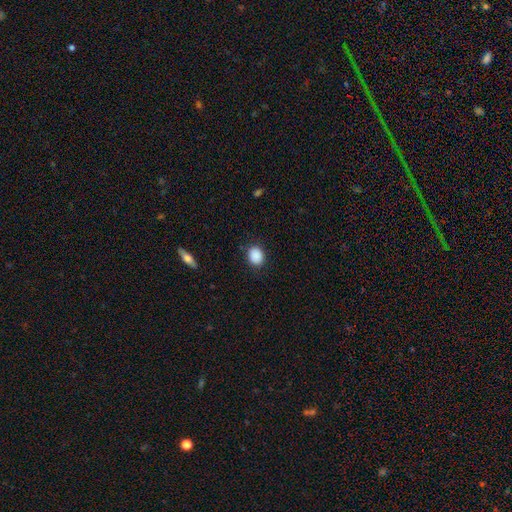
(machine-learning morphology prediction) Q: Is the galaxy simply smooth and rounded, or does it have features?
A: smooth — 89%.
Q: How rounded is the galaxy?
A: round — 55%.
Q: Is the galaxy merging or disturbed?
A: none — 86%.